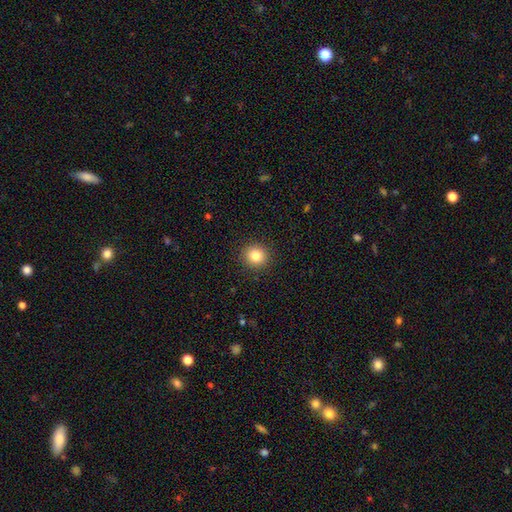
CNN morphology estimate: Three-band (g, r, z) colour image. It shows a smooth galaxy with no disk features (83%) that is round (90%). Merging: none (91%).